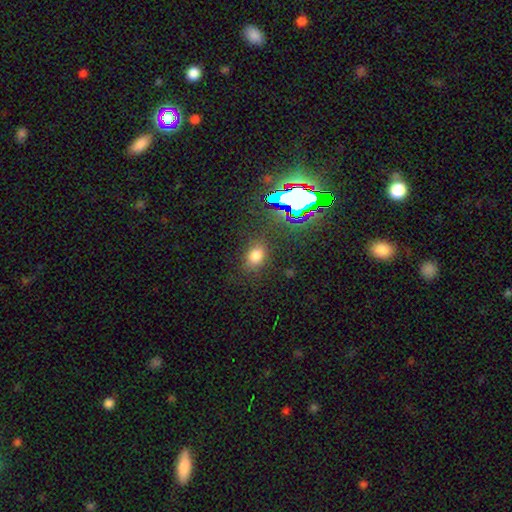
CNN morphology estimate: Smooth or featured? Predicted: smooth (p=0.71). How rounded? Predicted: in between (p=0.68). Merging? Predicted: none (p=0.80).